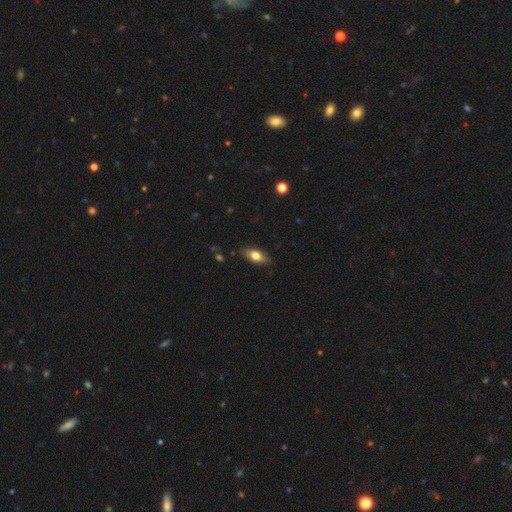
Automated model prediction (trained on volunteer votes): A smooth galaxy with no disk features (75%) that is in between round and cigar-shaped (84%). Merging: none (85%).